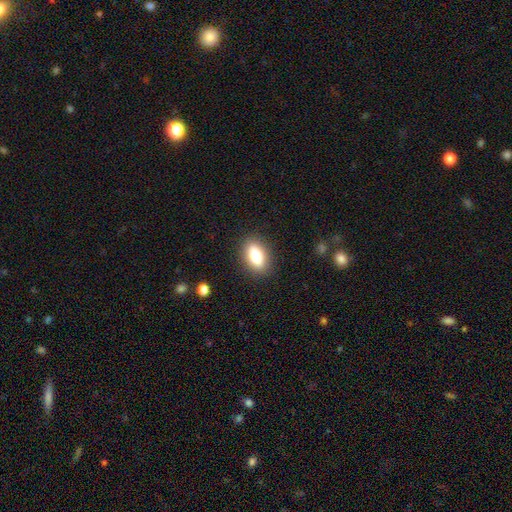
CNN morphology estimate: Smooth or featured?
  - smooth: 77% *
  - featured or disk: 15%
  - star or artifact: 8%
How rounded?
  - in between: 83% *
  - cigar-shaped: 9%
  - round: 8%
Merging?
  - none: 88% *
  - minor disturbance: 8%
  - major disturbance: 3%
  - merger: 1%